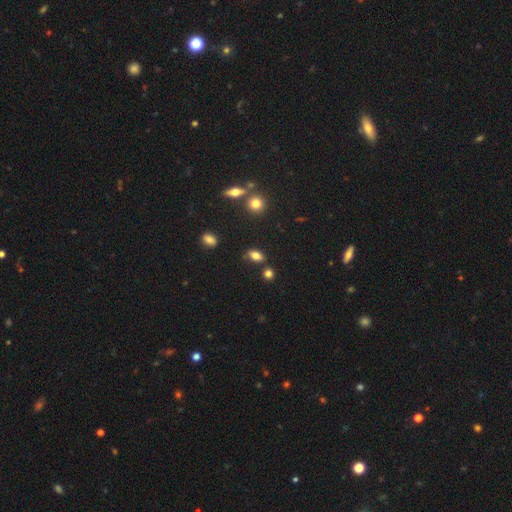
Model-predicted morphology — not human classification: smooth_or_featured: smooth (p=0.79) [alt: star or artifact p=0.11]
how_rounded: in between (p=0.83) [alt: round p=0.12]
merging: none (p=0.75) [alt: minor disturbance p=0.14]